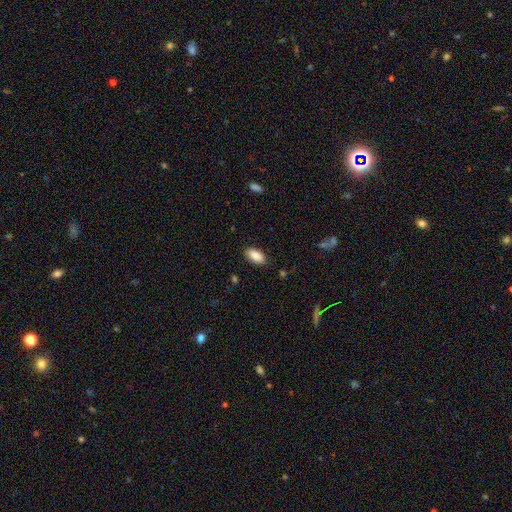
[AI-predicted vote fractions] The model was most divided on "merging": none: 87%, minor disturbance: 10%, major disturbance: 2%, merger: 1%. More confident: how rounded — in between (93%); smooth or featured — smooth (88%).